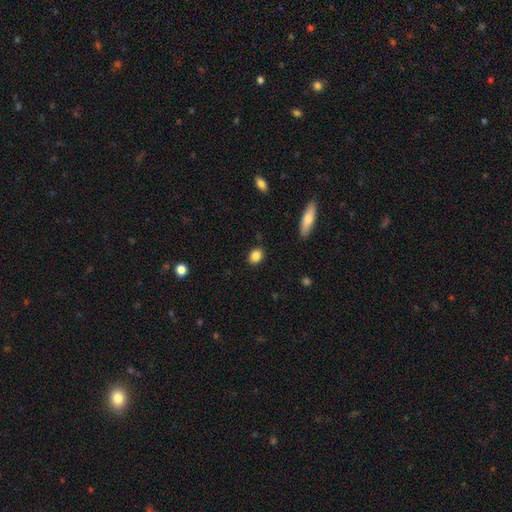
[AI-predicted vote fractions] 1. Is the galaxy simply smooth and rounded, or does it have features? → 86% smooth, 9% star or artifact, 5% featured or disk.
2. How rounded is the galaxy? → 52% in between, 47% round, 2% cigar-shaped.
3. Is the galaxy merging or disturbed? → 87% none, 10% minor disturbance, 2% major disturbance, 1% merger.